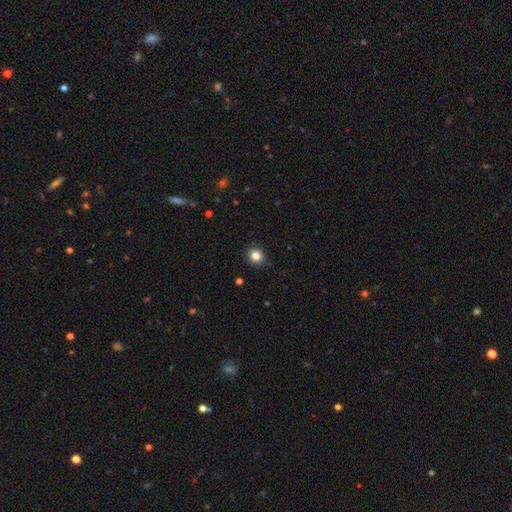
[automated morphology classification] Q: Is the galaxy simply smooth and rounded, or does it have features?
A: smooth — 84%.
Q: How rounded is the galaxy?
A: round — 86%.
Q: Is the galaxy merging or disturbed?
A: none — 91%.